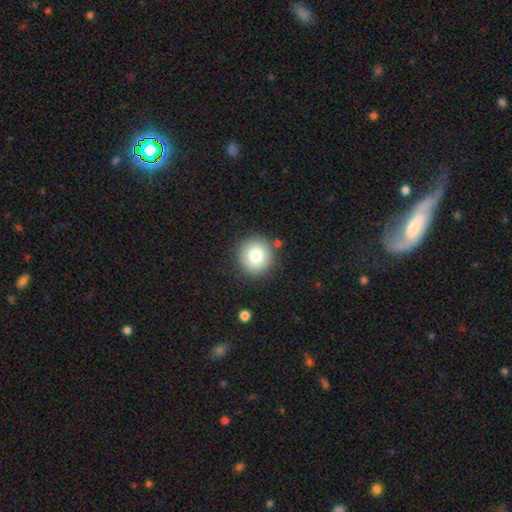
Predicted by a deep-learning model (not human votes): Smooth or featured?
  - smooth: 80% *
  - featured or disk: 11%
  - star or artifact: 10%
How rounded?
  - round: 93% *
  - in between: 6%
  - cigar-shaped: 1%
Merging?
  - none: 86% *
  - minor disturbance: 8%
  - merger: 3%
  - major disturbance: 3%